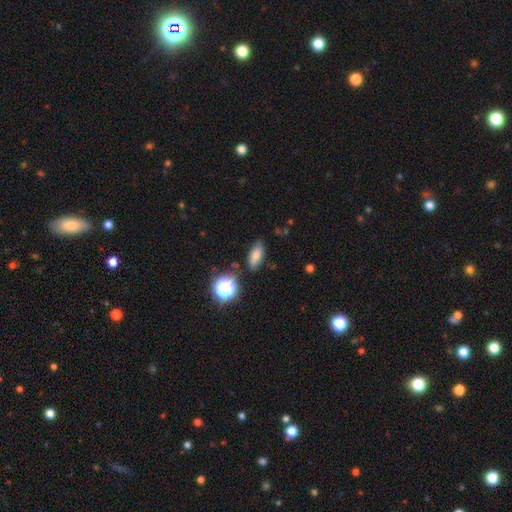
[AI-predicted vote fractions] Morphology: type=smooth (76%); roundness=in between (78%); merging=none (79%).